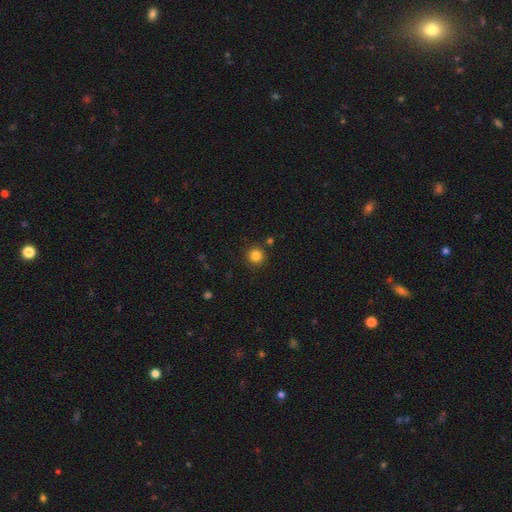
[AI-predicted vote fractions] This appears to be a smooth galaxy with no disk features (84%) that is round (95%). Merging: none (88%).